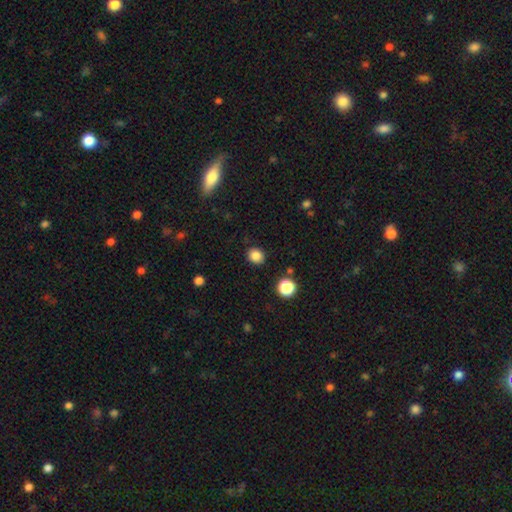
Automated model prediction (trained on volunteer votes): Smooth or featured? Predicted: smooth (p=0.85). How rounded? Predicted: round (p=0.79). Merging? Predicted: none (p=0.89).